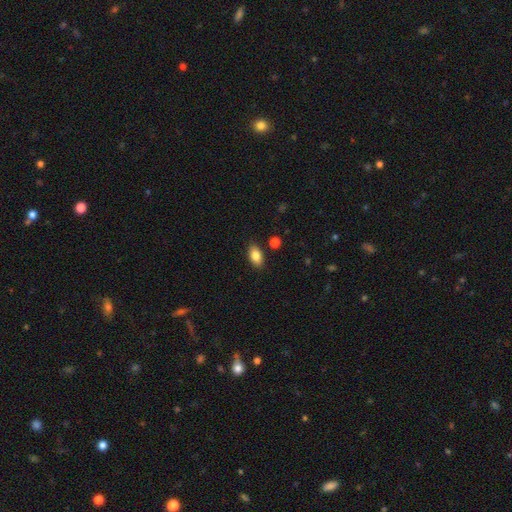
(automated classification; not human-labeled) Smooth or featured: smooth — 85% (star or artifact — 8%)
How rounded: in between — 91% (round — 5%)
Merging: none — 86% (minor disturbance — 9%)